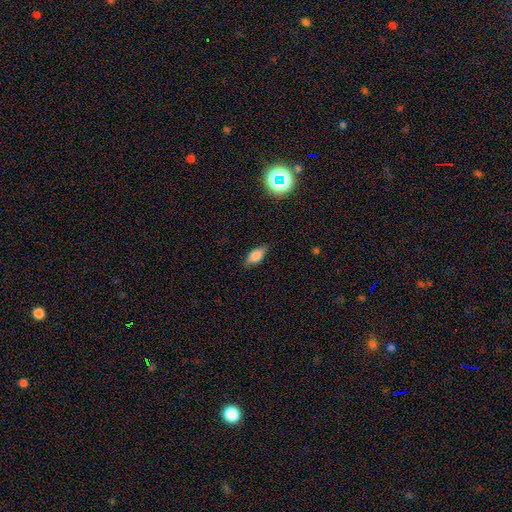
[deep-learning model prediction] Smooth or featured: smooth — 73% (featured or disk — 17%)
How rounded: in between — 82% (cigar-shaped — 12%)
Merging: none — 80% (minor disturbance — 15%)